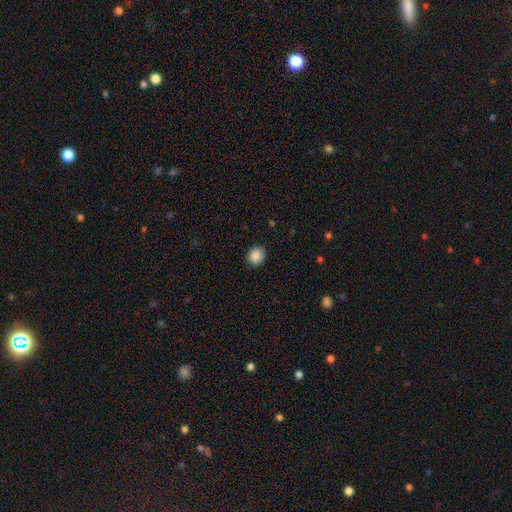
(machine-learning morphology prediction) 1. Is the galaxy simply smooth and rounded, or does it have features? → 88% smooth, 8% star or artifact, 4% featured or disk.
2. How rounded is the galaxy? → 56% round, 43% in between, 1% cigar-shaped.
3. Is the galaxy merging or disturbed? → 87% none, 10% minor disturbance, 2% major disturbance, 1% merger.